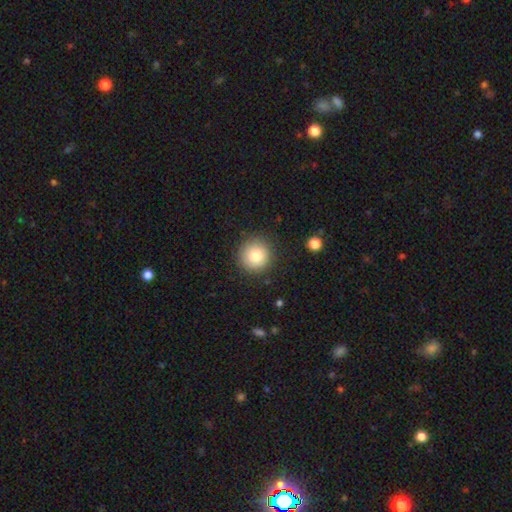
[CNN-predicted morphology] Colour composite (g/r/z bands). It shows a smooth galaxy with no disk features (80%) that is round (94%). Merging: none (89%).